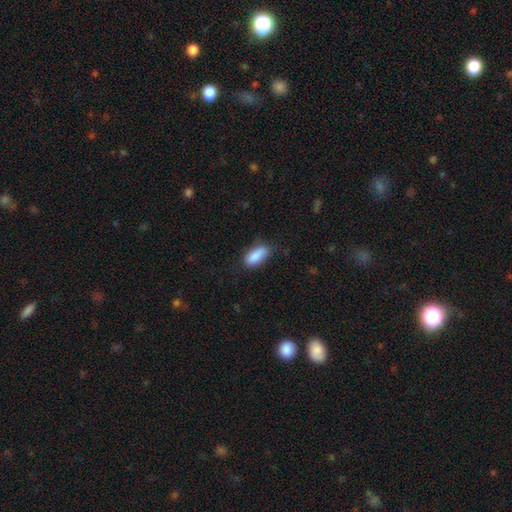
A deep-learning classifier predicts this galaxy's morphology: Smooth or featured? Predicted: smooth (p=0.88). How rounded? Predicted: in between (p=0.86). Merging? Predicted: none (p=0.73).